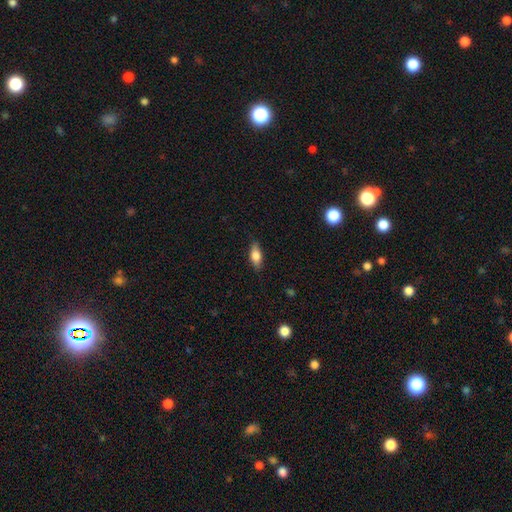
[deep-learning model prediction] smooth_or_featured: smooth (p=0.71) [alt: featured or disk p=0.22]
how_rounded: in between (p=0.74) [alt: cigar-shaped p=0.21]
merging: none (p=0.84) [alt: minor disturbance p=0.12]